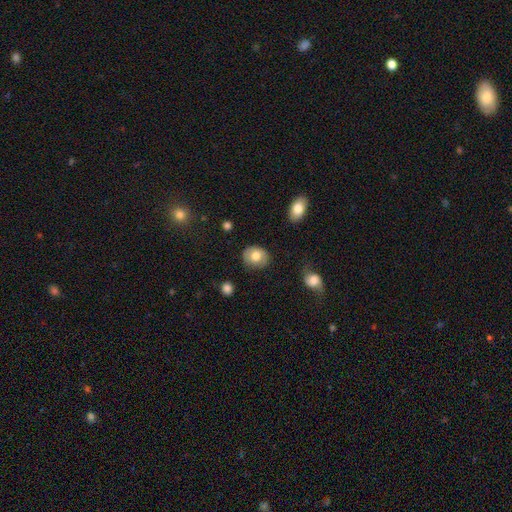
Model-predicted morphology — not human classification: Smooth or featured?
  - smooth: 70% *
  - featured or disk: 23%
  - star or artifact: 7%
How rounded?
  - round: 61% *
  - in between: 38%
  - cigar-shaped: 1%
Merging?
  - none: 82% *
  - minor disturbance: 13%
  - major disturbance: 4%
  - merger: 1%